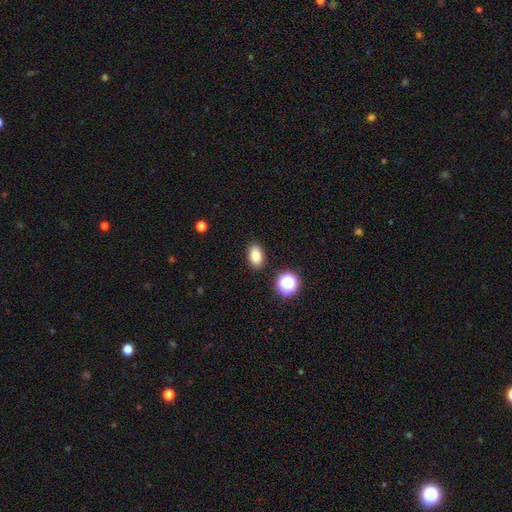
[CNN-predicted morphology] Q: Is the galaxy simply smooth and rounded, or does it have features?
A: smooth — 83%.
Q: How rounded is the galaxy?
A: in between — 87%.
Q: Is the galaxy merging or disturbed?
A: none — 87%.